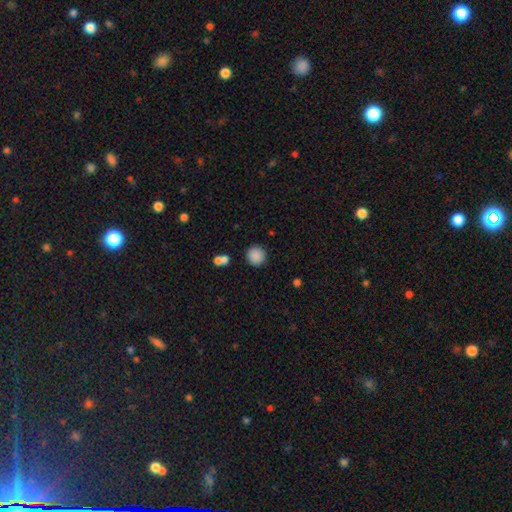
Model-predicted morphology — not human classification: smooth-or-featured: smooth: 87% | star or artifact: 9% | featured or disk: 4%
  how-rounded: round: 93% | in between: 6% | cigar-shaped: 1%
  merging: none: 85% | minor disturbance: 7% | merger: 5% | major disturbance: 2%